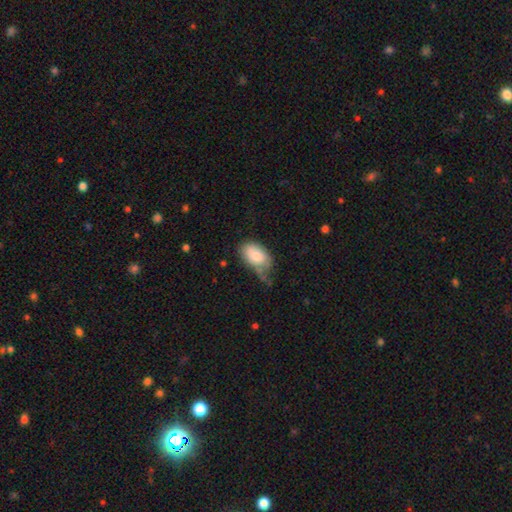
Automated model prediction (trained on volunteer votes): Q: Smooth or featured?
A: smooth (80%); runner-up: featured or disk (13%)
Q: How rounded?
A: in between (92%); runner-up: round (7%)
Q: Merging?
A: none (42%); runner-up: minor disturbance (37%)